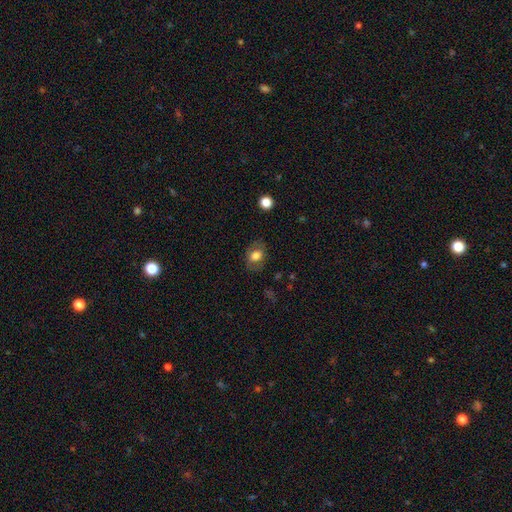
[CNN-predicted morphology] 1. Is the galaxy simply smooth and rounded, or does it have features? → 70% smooth, 22% featured or disk, 8% star or artifact.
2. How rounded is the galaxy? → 67% in between, 32% round, 1% cigar-shaped.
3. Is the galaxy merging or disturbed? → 79% none, 14% minor disturbance, 6% major disturbance, 1% merger.